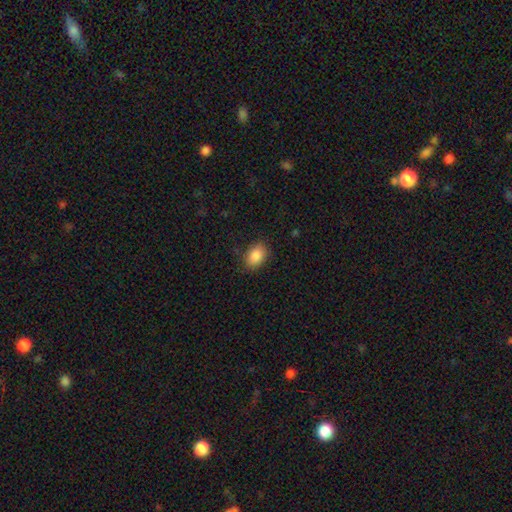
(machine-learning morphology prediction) smooth-or-featured: smooth: 88% | star or artifact: 8% | featured or disk: 5%
  how-rounded: in between: 83% | round: 16% | cigar-shaped: 1%
  merging: none: 84% | minor disturbance: 12% | major disturbance: 3% | merger: 1%